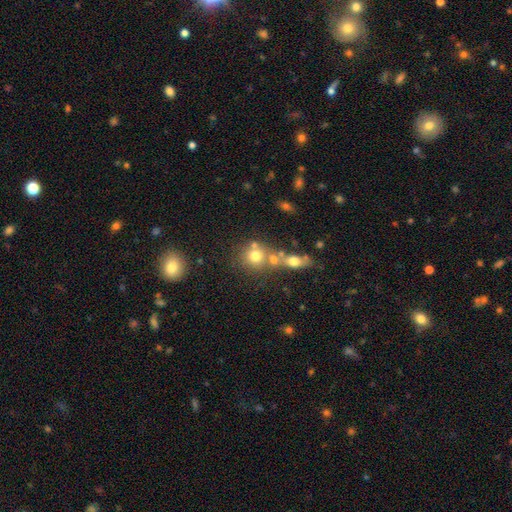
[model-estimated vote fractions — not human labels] The model was most divided on "merging": none: 47%, merger: 39%, minor disturbance: 10%, major disturbance: 5%. More confident: how rounded — round (82%); smooth or featured — smooth (70%).